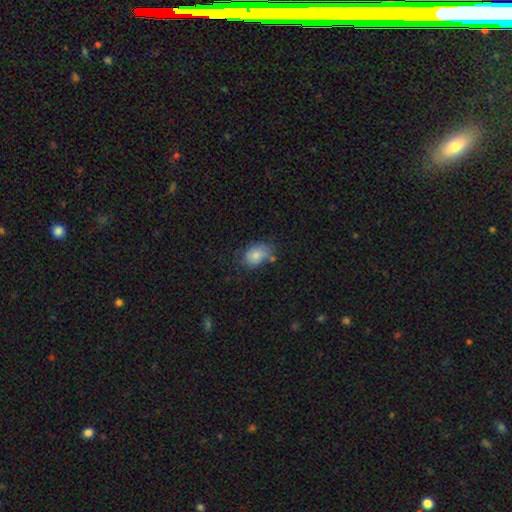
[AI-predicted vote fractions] Smooth or featured: smooth — 81% (featured or disk — 10%)
How rounded: in between — 73% (round — 26%)
Merging: none — 57% (minor disturbance — 26%)